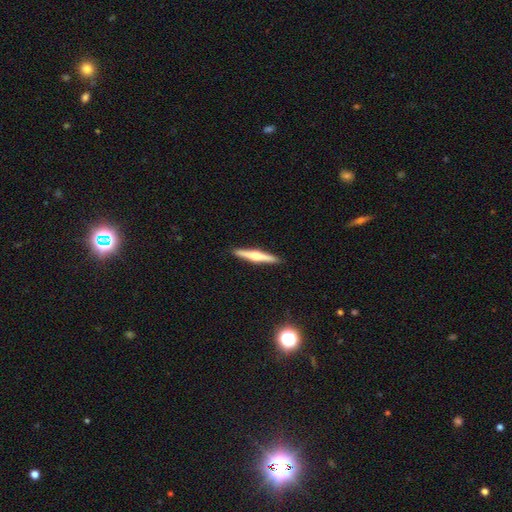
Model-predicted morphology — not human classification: smooth_or_featured: featured or disk (p=0.62) [alt: smooth p=0.33]
disk_edge_on: yes (p=0.98) [alt: no p=0.02]
edge_on_bulge: rounded (p=0.85) [alt: boxy p=0.08]
merging: none (p=0.92) [alt: minor disturbance p=0.06]